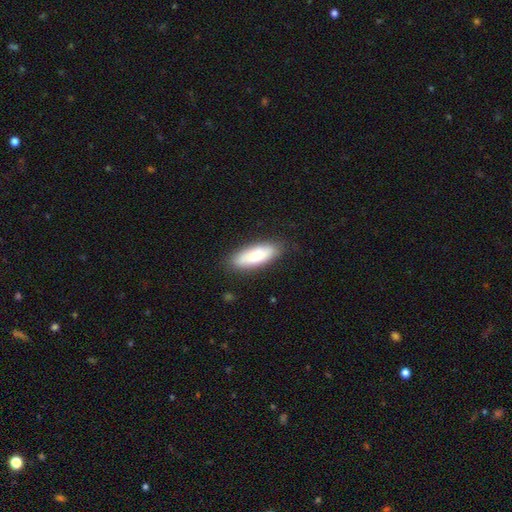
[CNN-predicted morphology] type=smooth (75%); roundness=in between (69%); merging=none (83%).